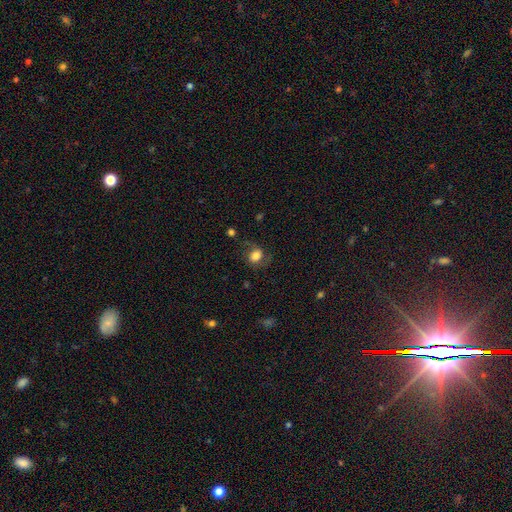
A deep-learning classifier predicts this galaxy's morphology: Q: Smooth or featured?
A: smooth (69%); runner-up: featured or disk (21%)
Q: How rounded?
A: round (54%); runner-up: in between (45%)
Q: Merging?
A: none (62%); runner-up: minor disturbance (22%)